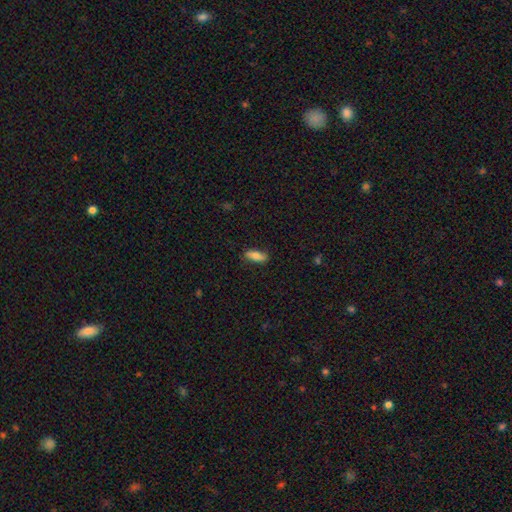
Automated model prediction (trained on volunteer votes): Smooth or featured? smooth (75%)
How rounded? in between (71%)
Merging? none (82%)